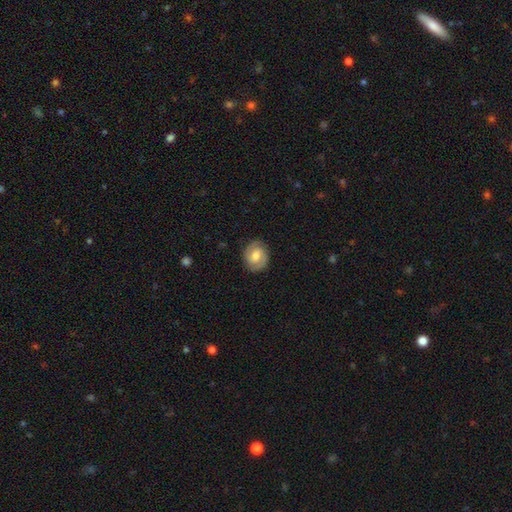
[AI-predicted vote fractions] Q: Smooth or featured?
A: featured or disk (55%); runner-up: smooth (38%)
Q: Edge-on disk?
A: no (97%); runner-up: yes (3%)
Q: Bar?
A: weak (45%); runner-up: no (42%)
Q: Spiral arms?
A: yes (85%); runner-up: no (15%)
Q: Bulge size?
A: moderate (64%); runner-up: small (18%)
Q: Merging?
A: none (84%); runner-up: minor disturbance (11%)